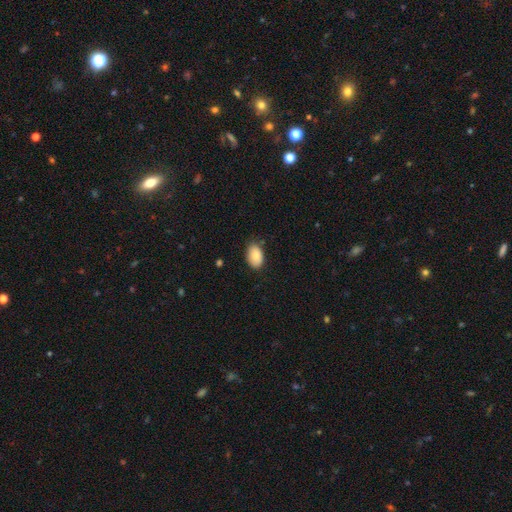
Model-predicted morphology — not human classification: This is clearly a smooth galaxy (85%). How rounded: clearly in between (90%). Merging: likely none (78%).